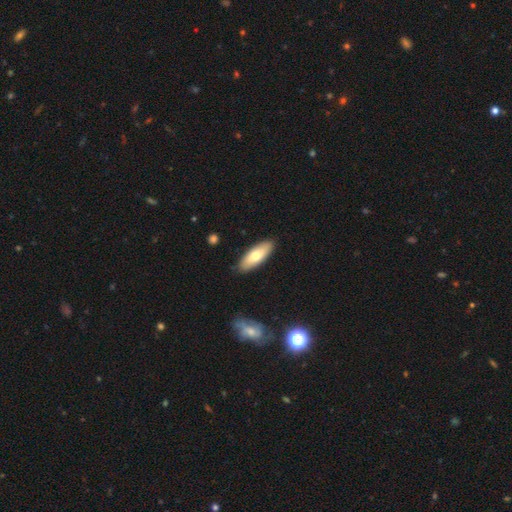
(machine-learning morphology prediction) type=smooth (70%); roundness=in between (73%); merging=none (88%).